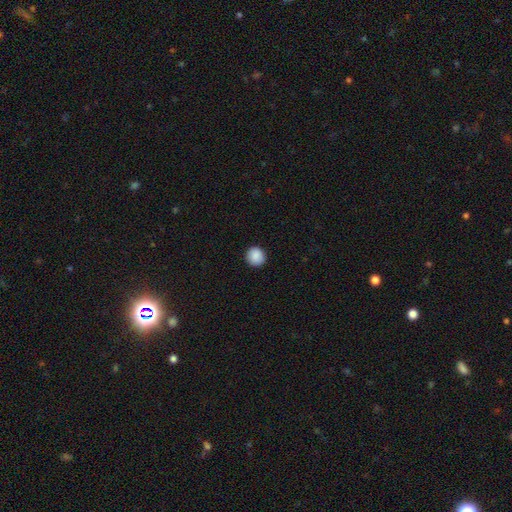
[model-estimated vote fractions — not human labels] Overall: smooth (89%). How rounded: round (94%). Merging: none (92%).